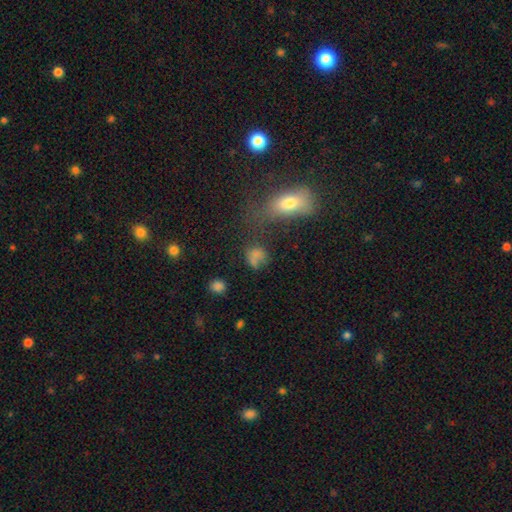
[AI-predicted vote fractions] Smooth or featured? smooth (68%)
How rounded? round (51%)
Merging? none (41%)